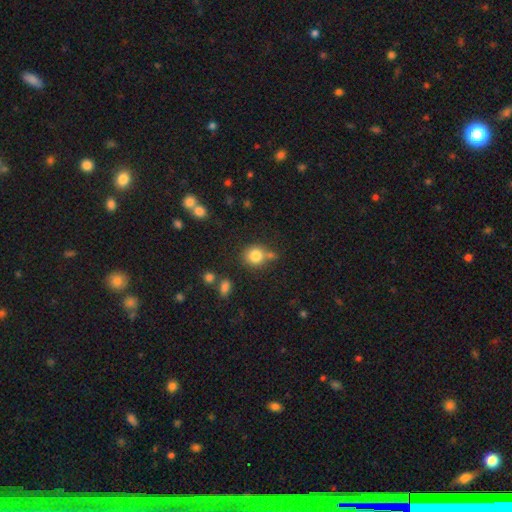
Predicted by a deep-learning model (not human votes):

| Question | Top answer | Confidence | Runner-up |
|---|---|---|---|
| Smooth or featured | smooth | 81% | star or artifact (11%) |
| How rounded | round | 86% | in between (13%) |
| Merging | none | 61% | merger (19%) |